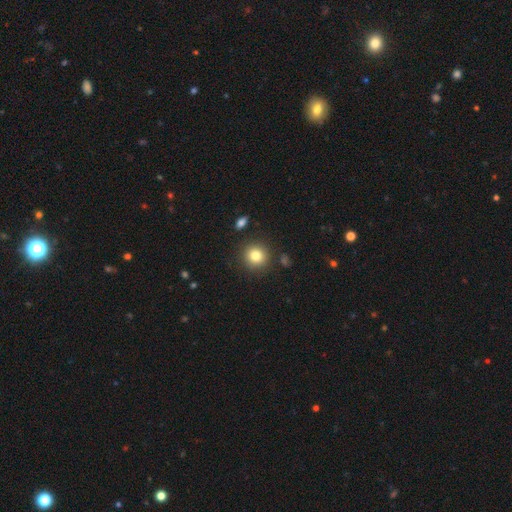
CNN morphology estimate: Q: Smooth or featured?
A: smooth (81%); runner-up: star or artifact (11%)
Q: How rounded?
A: round (92%); runner-up: in between (7%)
Q: Merging?
A: none (88%); runner-up: minor disturbance (7%)